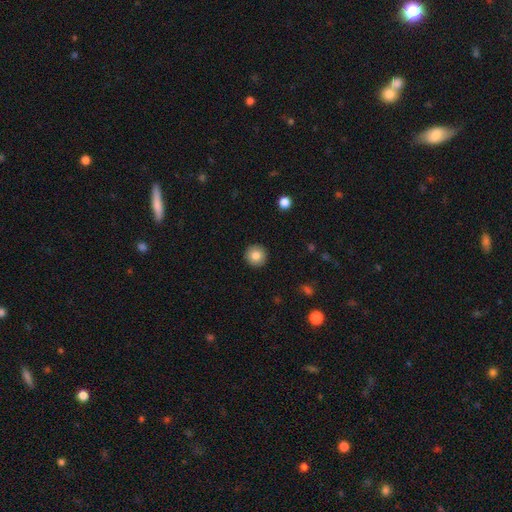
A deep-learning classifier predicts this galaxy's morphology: Overall: smooth (83%). How rounded: round (95%). Merging: none (93%).